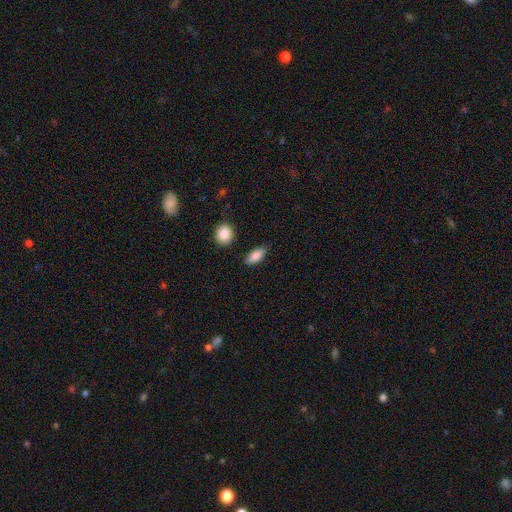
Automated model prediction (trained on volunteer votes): This appears to be a smooth galaxy with no disk features (87%) that is in between round and cigar-shaped (87%). Merging: none (82%).